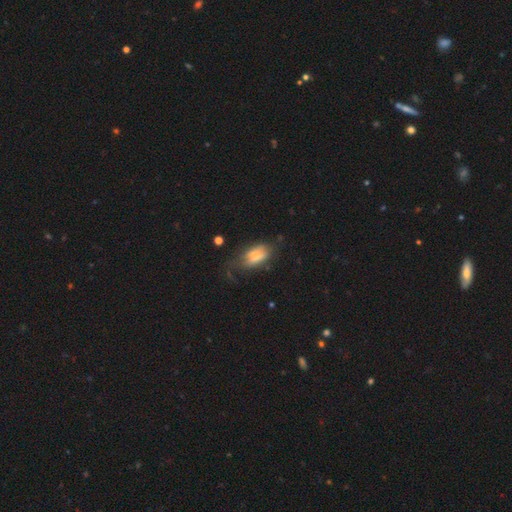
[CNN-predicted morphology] The model was most divided on "merging": minor disturbance: 34%, none: 33%, major disturbance: 29%, merger: 4%. More confident: how rounded — in between (89%); smooth or featured — smooth (68%).